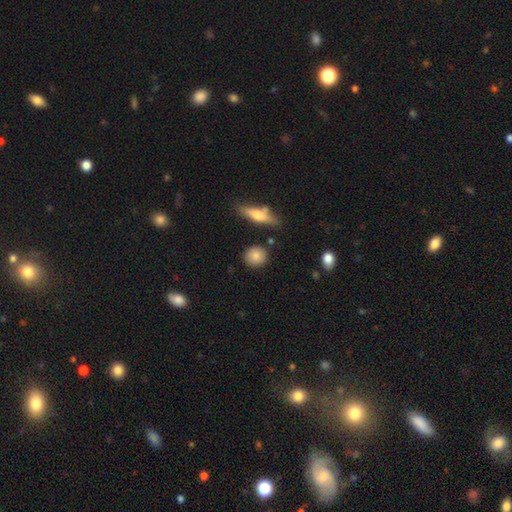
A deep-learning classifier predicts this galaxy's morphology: smooth-or-featured: smooth: 83% | featured or disk: 9% | star or artifact: 8%
  how-rounded: round: 84% | in between: 14% | cigar-shaped: 3%
  merging: none: 85% | minor disturbance: 9% | merger: 3% | major disturbance: 3%